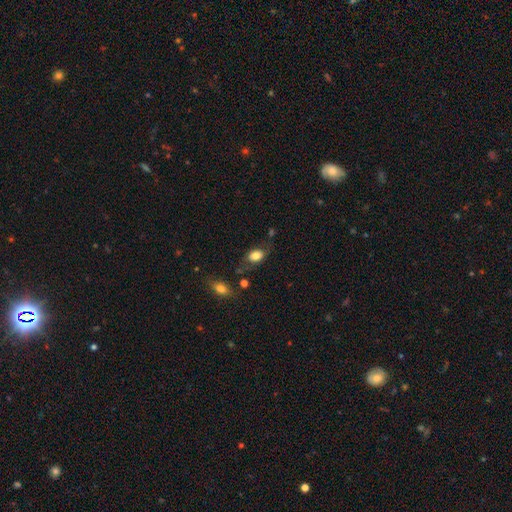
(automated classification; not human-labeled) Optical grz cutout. It shows a smooth galaxy with no disk features (78%) that is in between round and cigar-shaped (79%). Merging: none (60%).